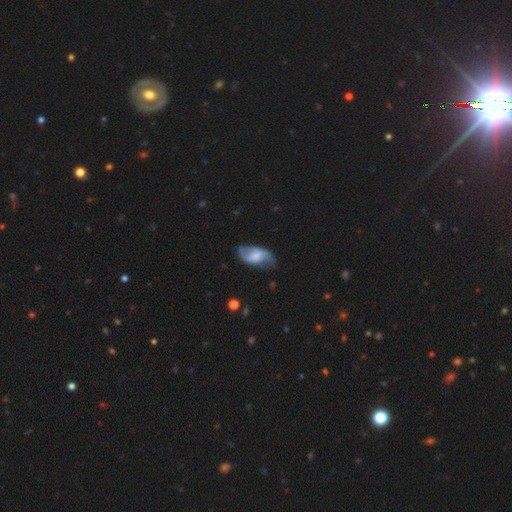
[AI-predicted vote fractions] Overall: featured or disk (57%; smooth 36%). Edge-on disk: no (94%). Bar: weak (46%; no 39%). Spiral arms: yes (85%). Bulge size: moderate (31%; small 28%). Merging: none (64%; minor disturbance 25%).